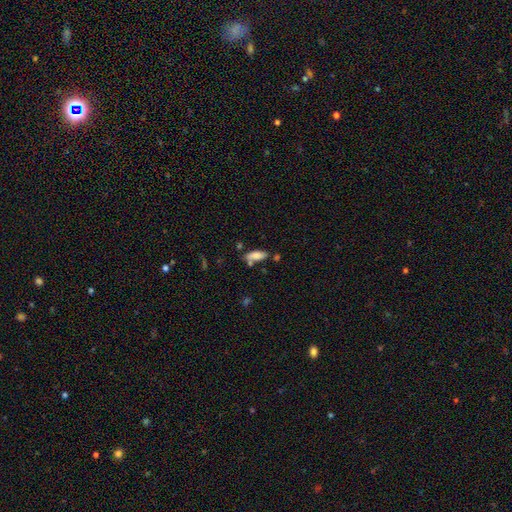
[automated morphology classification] Smooth or featured?
  - smooth: 79% *
  - featured or disk: 13%
  - star or artifact: 8%
How rounded?
  - in between: 72% *
  - cigar-shaped: 26%
  - round: 2%
Merging?
  - none: 57% *
  - minor disturbance: 20%
  - merger: 17%
  - major disturbance: 6%